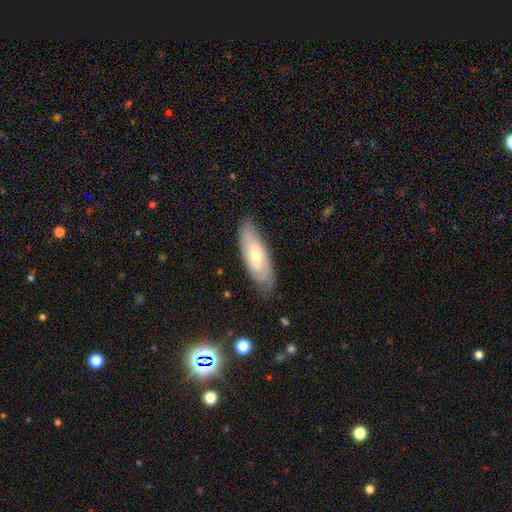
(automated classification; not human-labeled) smooth-or-featured: featured or disk: 55% | smooth: 38% | star or artifact: 6%
  disk-edge-on: no: 76% | yes: 24%
  merging: none: 77% | minor disturbance: 18% | major disturbance: 4% | merger: 1%